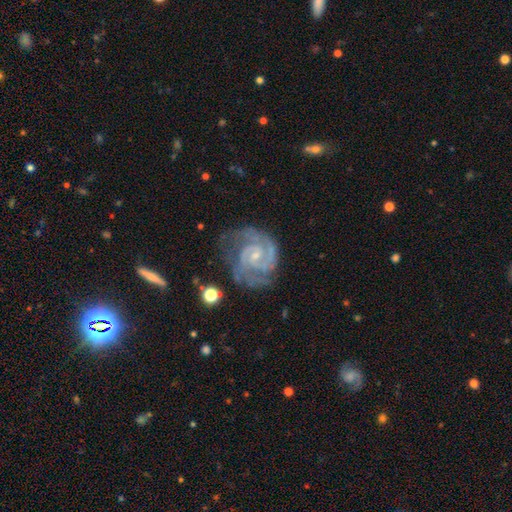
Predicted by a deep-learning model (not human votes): Smooth or featured?
  - featured or disk: 91% *
  - star or artifact: 5%
  - smooth: 4%
Edge-on disk?
  - no: 98% *
  - yes: 2%
Bar?
  - no: 51% *
  - weak: 39%
  - strong: 10%
Spiral arms?
  - yes: 98% *
  - no: 2%
Spiral winding?
  - tight: 61% *
  - medium: 35%
  - loose: 4%
Spiral arm count?
  - 2: 69% *
  - 3: 15%
  - can't tell: 8%
  - 4: 3%
  - 1: 3%
  - more than 4: 3%
Bulge size?
  - small: 76% *
  - moderate: 19%
  - none: 4%
  - large: 1%
  - dominant: 1%
Merging?
  - none: 64% *
  - minor disturbance: 23%
  - major disturbance: 11%
  - merger: 2%